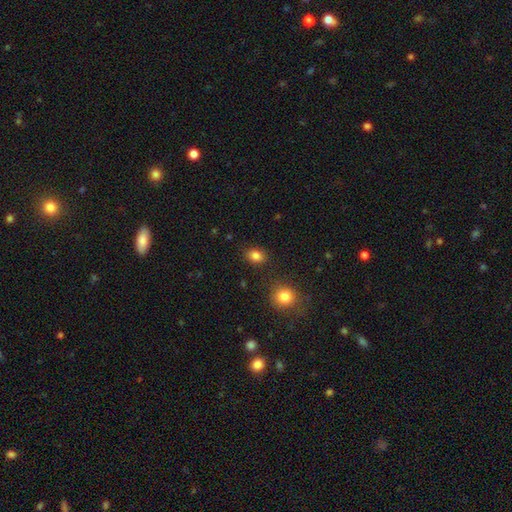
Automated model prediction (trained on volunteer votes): Smooth or featured? Predicted: smooth (p=0.84). How rounded? Predicted: in between (p=0.56). Merging? Predicted: none (p=0.84).